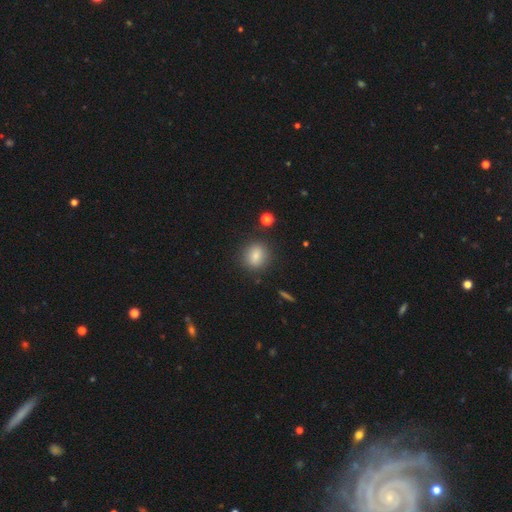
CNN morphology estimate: A smooth galaxy with no disk features (82%) that is round (72%).

Vote fractions:
- Smooth or featured? smooth: 82% / star or artifact: 10% / featured or disk: 8%
- How rounded? round: 72% / in between: 26% / cigar-shaped: 2%
- Merging? none: 85% / minor disturbance: 9% / major disturbance: 3% / merger: 2%